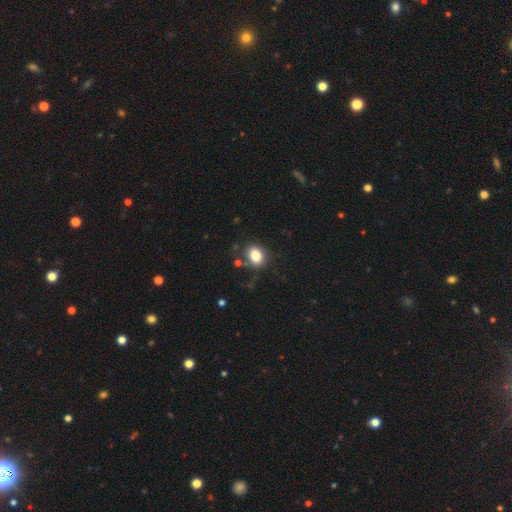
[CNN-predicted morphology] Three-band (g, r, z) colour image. It shows a smooth galaxy with no disk features (83%) that is in between round and cigar-shaped (61%). Merging: none (78%).